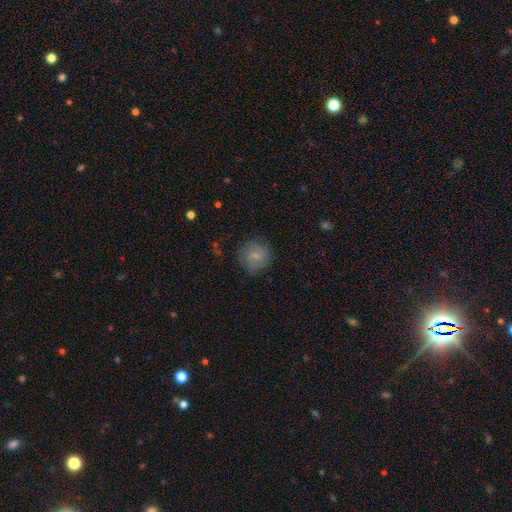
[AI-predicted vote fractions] Overall: smooth (66%). How rounded: round (89%). Merging: none (80%).